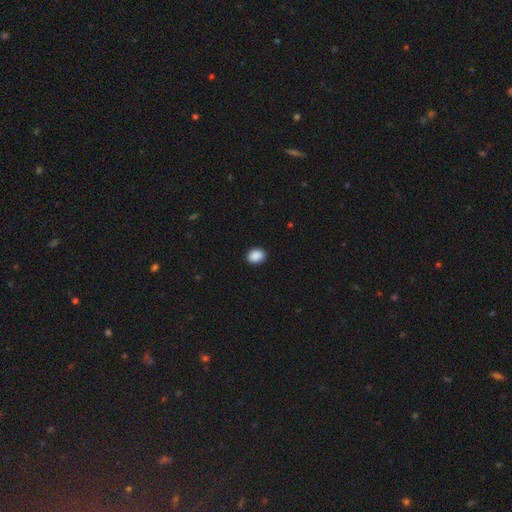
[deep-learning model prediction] Smooth or featured? Predicted: smooth (p=0.89). How rounded? Predicted: in between (p=0.53). Merging? Predicted: none (p=0.90).